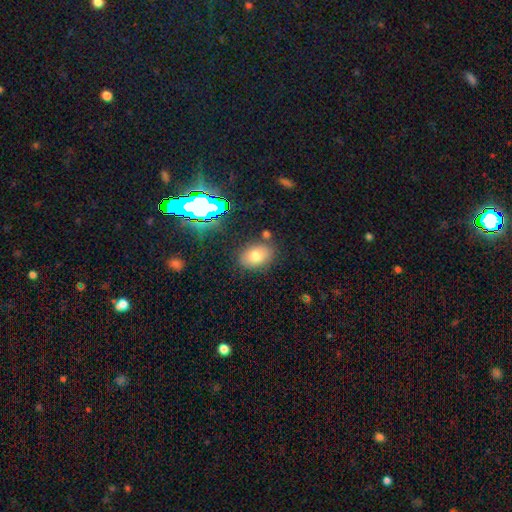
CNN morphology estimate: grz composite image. It shows a smooth galaxy with no disk features (74%) that is in between round and cigar-shaped (81%). Merging: none (81%).